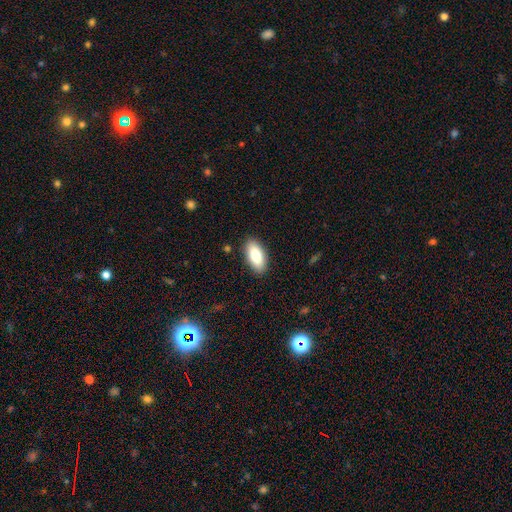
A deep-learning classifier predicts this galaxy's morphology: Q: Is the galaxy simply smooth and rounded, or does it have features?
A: smooth — 81%.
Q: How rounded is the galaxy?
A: in between — 89%.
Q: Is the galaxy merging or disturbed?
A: none — 88%.